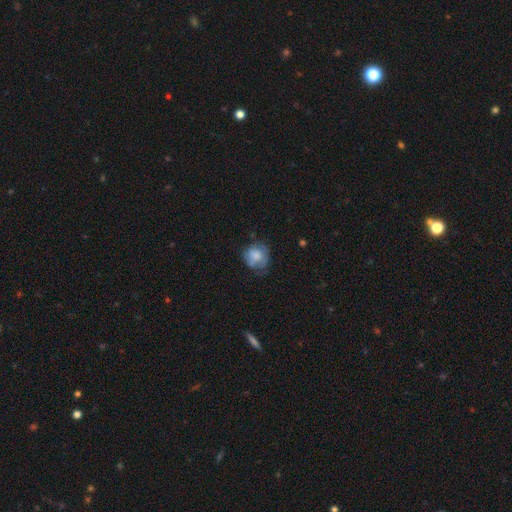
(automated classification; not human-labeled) The model was most divided on "merging": none: 53%, minor disturbance: 30%, major disturbance: 16%, merger: 2%. More confident: how rounded — round (77%); smooth or featured — smooth (66%).